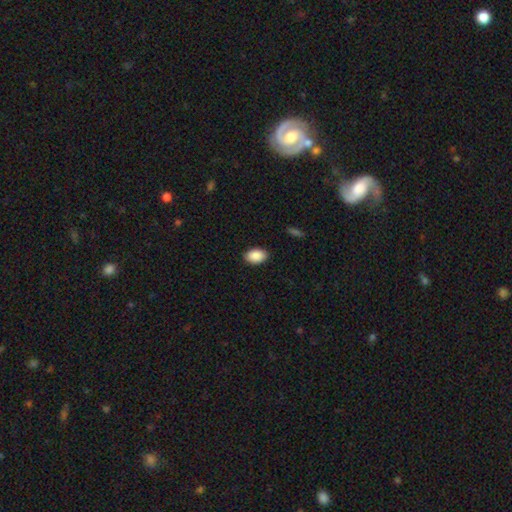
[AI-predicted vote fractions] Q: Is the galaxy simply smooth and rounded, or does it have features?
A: smooth — 90%.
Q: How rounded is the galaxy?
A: in between — 89%.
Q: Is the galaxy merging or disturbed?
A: none — 89%.